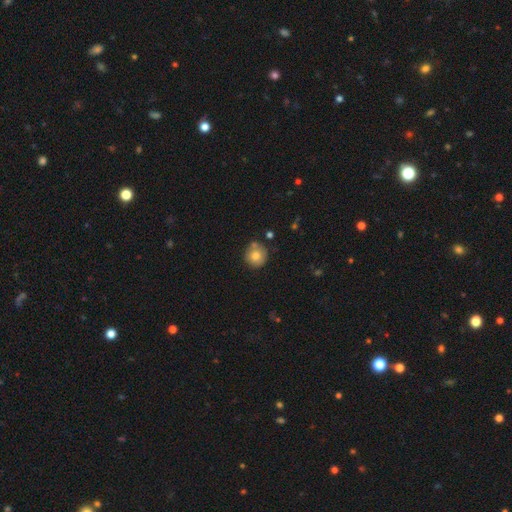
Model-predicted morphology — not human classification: This appears to be a smooth galaxy with no disk features (78%) that is round (93%). Merging: none (74%).